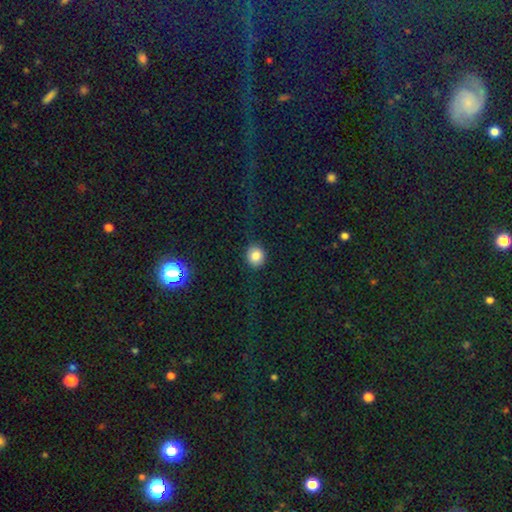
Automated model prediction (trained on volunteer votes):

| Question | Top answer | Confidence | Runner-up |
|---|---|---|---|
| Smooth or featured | smooth | 81% | star or artifact (11%) |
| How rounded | round | 80% | in between (19%) |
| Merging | none | 86% | minor disturbance (9%) |